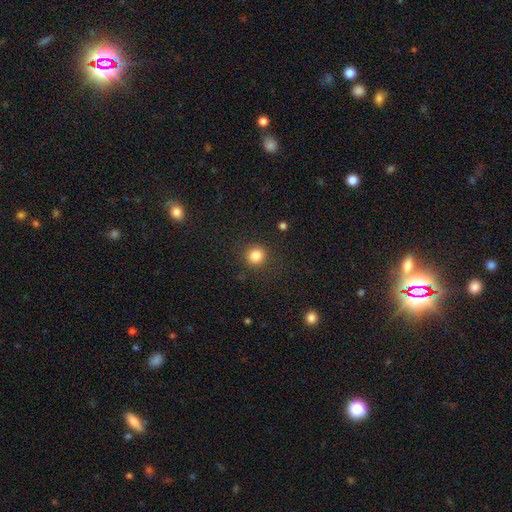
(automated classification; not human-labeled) A smooth galaxy with no disk features (84%) that is round (91%).

Vote fractions:
- Smooth or featured? smooth: 84% / star or artifact: 12% / featured or disk: 5%
- How rounded? round: 91% / in between: 8% / cigar-shaped: 1%
- Merging? none: 89% / minor disturbance: 7% / major disturbance: 3% / merger: 1%